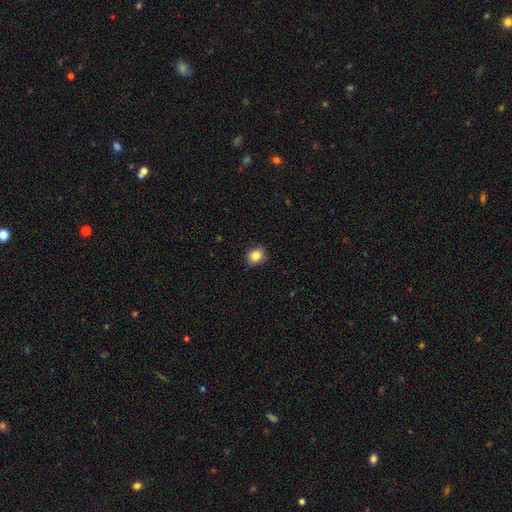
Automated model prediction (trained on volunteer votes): smooth_or_featured: smooth (p=0.84) [alt: star or artifact p=0.10]
how_rounded: round (p=0.61) [alt: in between p=0.38]
merging: none (p=0.86) [alt: minor disturbance p=0.11]